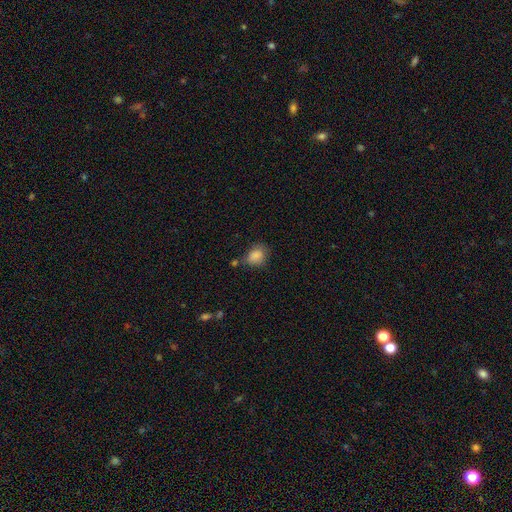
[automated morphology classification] Overall: smooth (85%). How rounded: in between (57%; round 42%). Merging: none (57%; minor disturbance 26%).